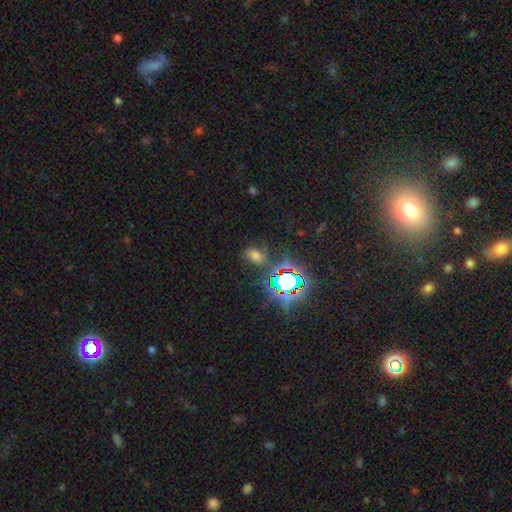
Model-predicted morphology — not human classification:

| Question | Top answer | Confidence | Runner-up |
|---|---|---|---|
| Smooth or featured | star or artifact | 43% | smooth (40%) |